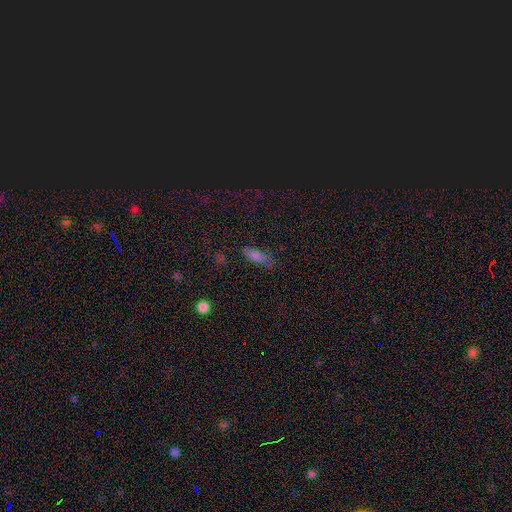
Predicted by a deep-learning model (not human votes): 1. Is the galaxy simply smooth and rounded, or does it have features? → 73% smooth, 14% featured or disk, 13% star or artifact.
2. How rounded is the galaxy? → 64% in between, 33% cigar-shaped, 3% round.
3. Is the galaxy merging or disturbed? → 67% none, 23% minor disturbance, 7% major disturbance, 2% merger.